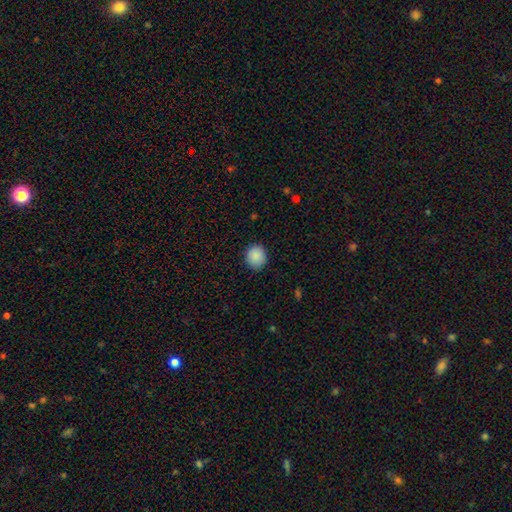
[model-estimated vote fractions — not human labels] Smooth or featured?
  - smooth: 89% *
  - star or artifact: 8%
  - featured or disk: 4%
How rounded?
  - round: 82% *
  - in between: 17%
  - cigar-shaped: 1%
Merging?
  - none: 89% *
  - minor disturbance: 9%
  - major disturbance: 2%
  - merger: 1%